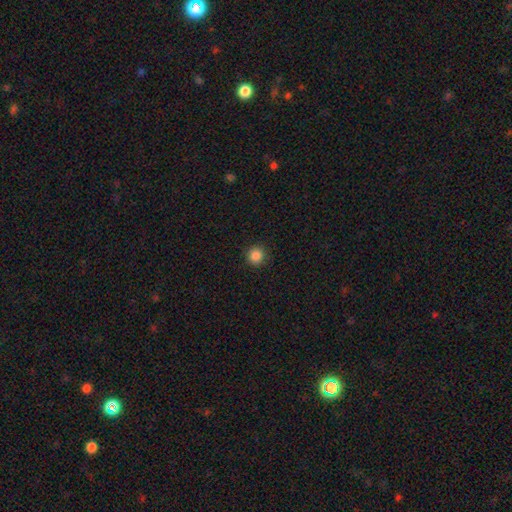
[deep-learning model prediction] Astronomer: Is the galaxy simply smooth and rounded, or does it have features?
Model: smooth — 86%.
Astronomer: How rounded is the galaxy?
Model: round — 94%.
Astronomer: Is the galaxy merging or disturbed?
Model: none — 92%.